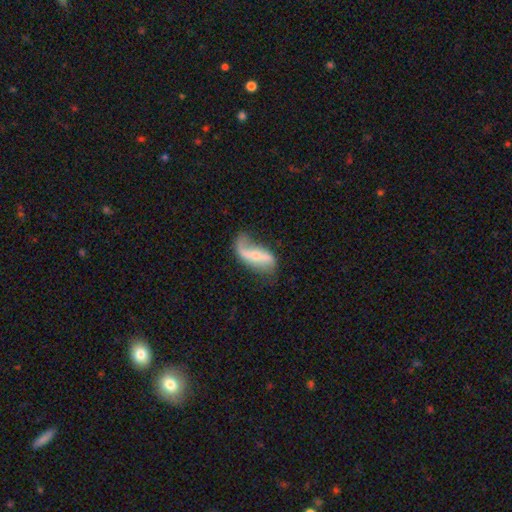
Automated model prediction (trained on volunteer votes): A featured or disk galaxy (73%) with a strong bar (34%), 2 (69%) loose (83%) spiral arms (88%) and a small central bulge (55%).

Vote fractions:
- Smooth or featured? featured or disk: 73% / smooth: 21% / star or artifact: 6%
- Edge-on disk? no: 93% / yes: 7%
- Bar? strong: 34% / weak: 33% / no: 32%
- Spiral arms? yes: 88% / no: 12%
- Spiral winding? loose: 83% / medium: 13% / tight: 4%
- Spiral arm count? 2: 69% / 1: 26% / can't tell: 3% / 3: 1% / 4: 1% / more than 4: 1%
- Bulge size? small: 55% / moderate: 33% / none: 8% / large: 3% / dominant: 1%
- Merging? none: 47% / minor disturbance: 27% / major disturbance: 23% / merger: 4%